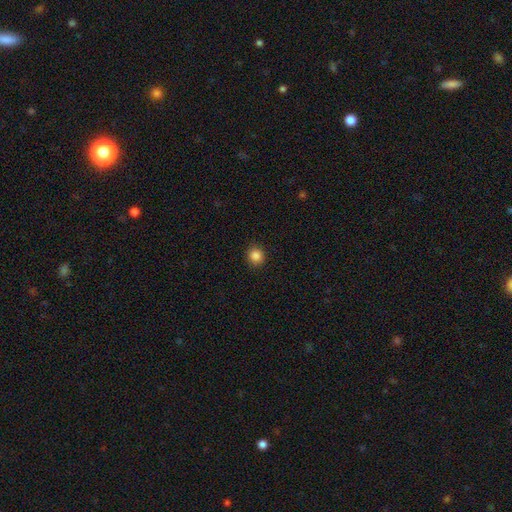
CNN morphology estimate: Smooth or featured? smooth (86%)
How rounded? round (90%)
Merging? none (90%)